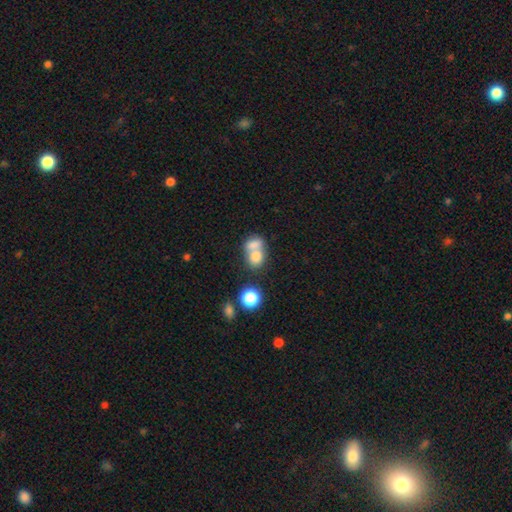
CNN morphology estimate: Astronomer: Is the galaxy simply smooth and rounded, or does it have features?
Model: smooth — 75%.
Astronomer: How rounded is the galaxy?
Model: in between — 54% (runner-up: round, 45%).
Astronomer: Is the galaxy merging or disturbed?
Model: merger — 65%.